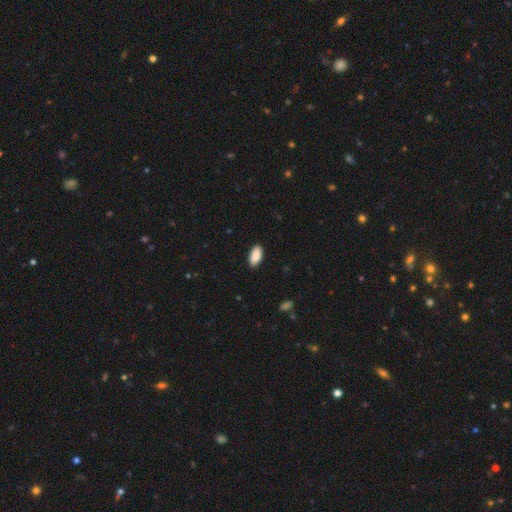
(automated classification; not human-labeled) smooth 91%, star or artifact 6%, featured or disk 3%. Down the decision tree: how rounded — in between (94%); merging — none (89%).